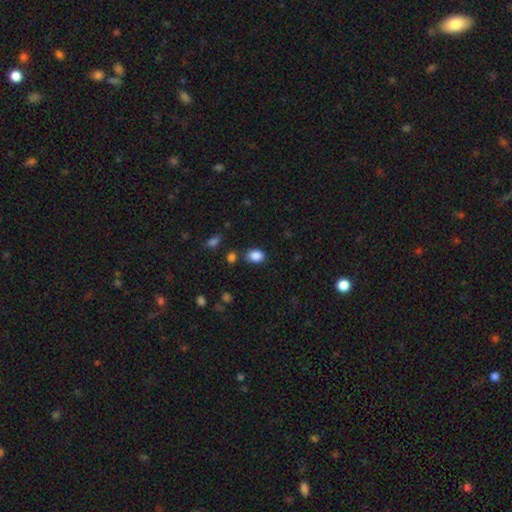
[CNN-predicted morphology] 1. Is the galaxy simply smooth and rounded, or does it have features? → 87% smooth, 9% star or artifact, 3% featured or disk.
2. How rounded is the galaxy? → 76% in between, 23% round, 1% cigar-shaped.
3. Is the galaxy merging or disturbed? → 77% none, 13% minor disturbance, 6% merger, 4% major disturbance.